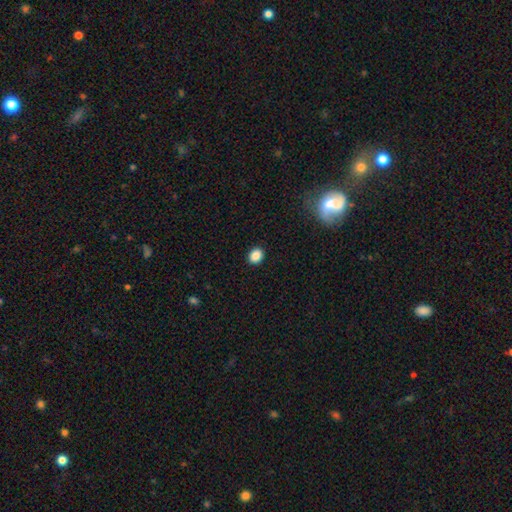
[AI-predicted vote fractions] smooth 87%, star or artifact 10%, featured or disk 3%. Down the decision tree: how rounded — round (55%); merging — none (91%).